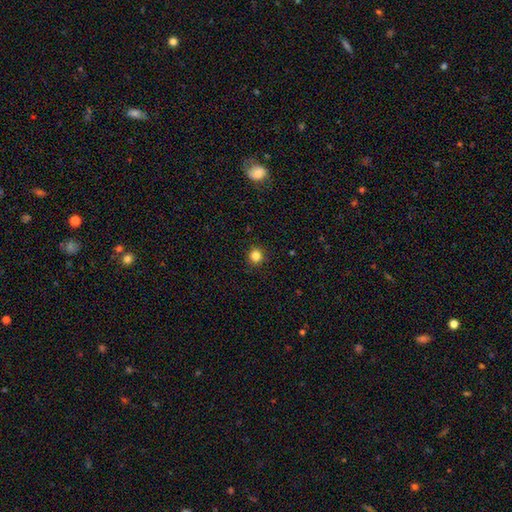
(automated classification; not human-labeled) Morphology: type=smooth (83%); roundness=round (92%); merging=none (91%).